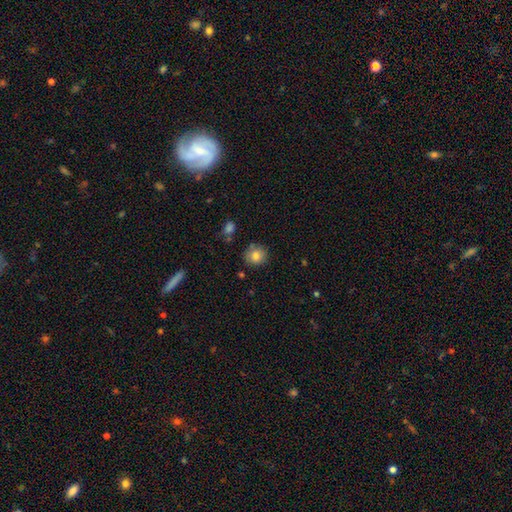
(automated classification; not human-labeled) A smooth galaxy with no disk features (81%) that is round (89%). Merging: none (82%).